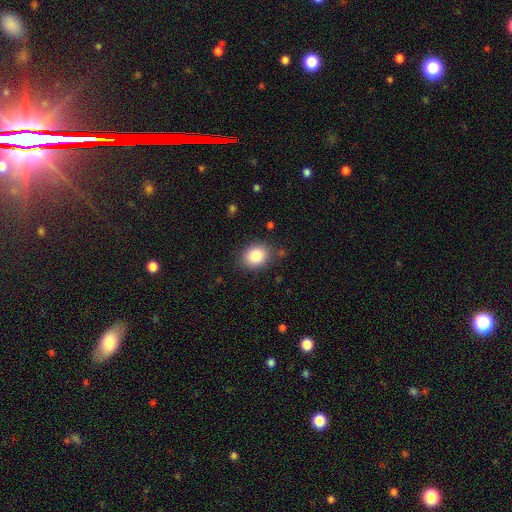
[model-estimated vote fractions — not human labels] Smooth or featured?
  - smooth: 86% *
  - star or artifact: 8%
  - featured or disk: 6%
How rounded?
  - in between: 54% *
  - round: 45%
  - cigar-shaped: 1%
Merging?
  - none: 84% *
  - minor disturbance: 11%
  - major disturbance: 3%
  - merger: 2%